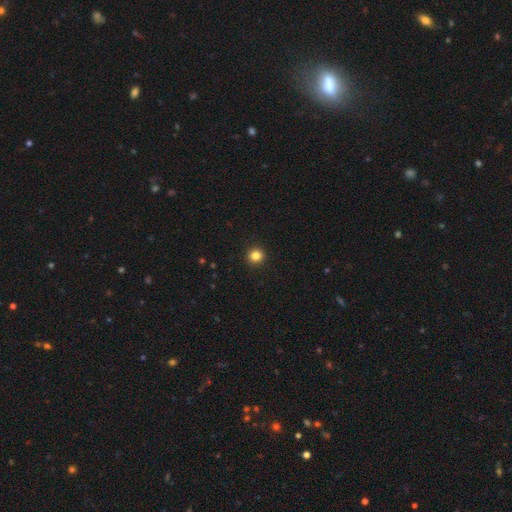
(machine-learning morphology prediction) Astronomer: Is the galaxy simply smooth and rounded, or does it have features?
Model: smooth — 84%.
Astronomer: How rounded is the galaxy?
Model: round — 94%.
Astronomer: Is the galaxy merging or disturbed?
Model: none — 93%.